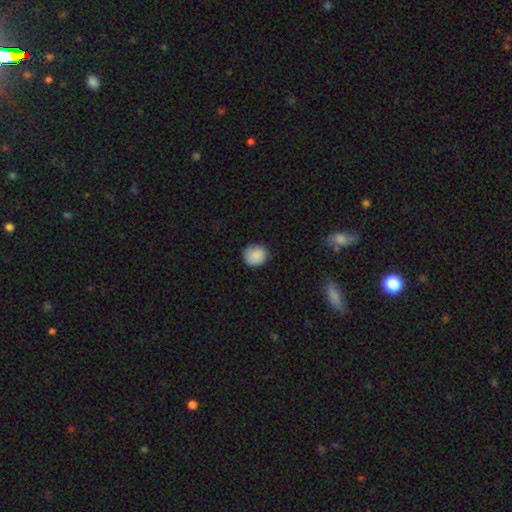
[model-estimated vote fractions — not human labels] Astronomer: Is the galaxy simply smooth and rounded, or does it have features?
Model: smooth — 88%.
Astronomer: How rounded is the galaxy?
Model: round — 86%.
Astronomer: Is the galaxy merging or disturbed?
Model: none — 82%.